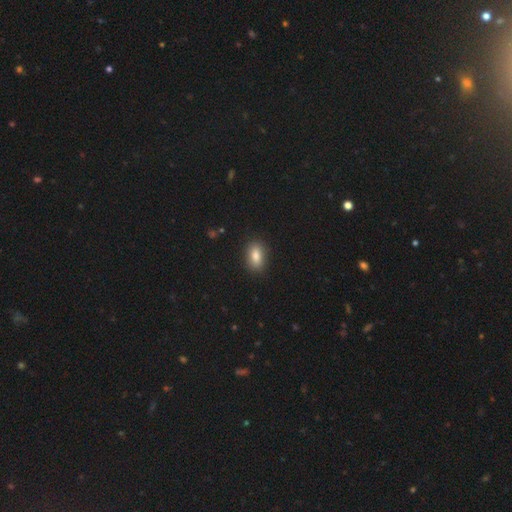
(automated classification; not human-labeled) Morphology: type=smooth (86%); roundness=in between (88%); merging=none (87%).